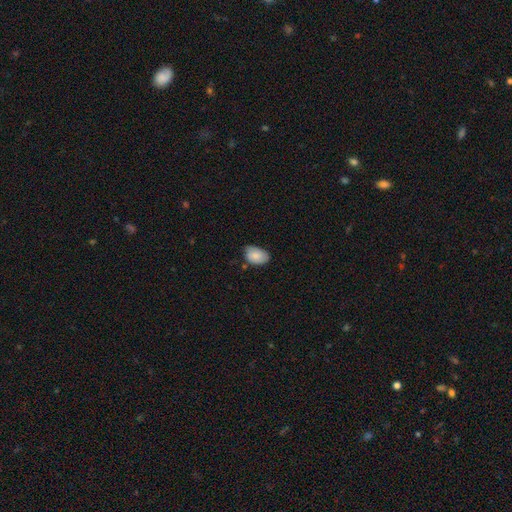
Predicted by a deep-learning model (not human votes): The model was most divided on "merging": none: 59%, minor disturbance: 33%, major disturbance: 5%, merger: 3%. More confident: how rounded — in between (86%); smooth or featured — smooth (79%).